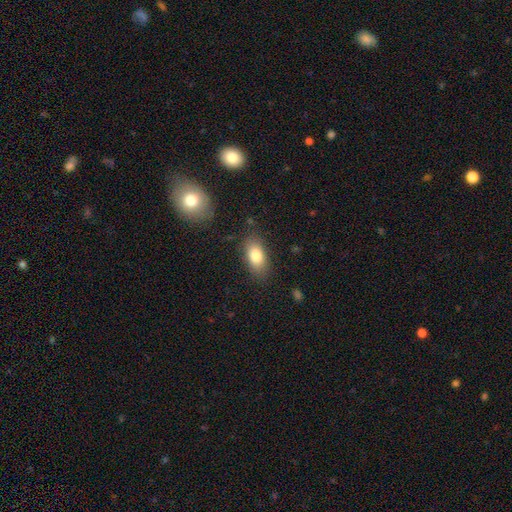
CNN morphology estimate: smooth-or-featured: smooth: 80% | featured or disk: 12% | star or artifact: 8%
  how-rounded: in between: 89% | round: 6% | cigar-shaped: 5%
  merging: none: 82% | minor disturbance: 13% | major disturbance: 4% | merger: 2%